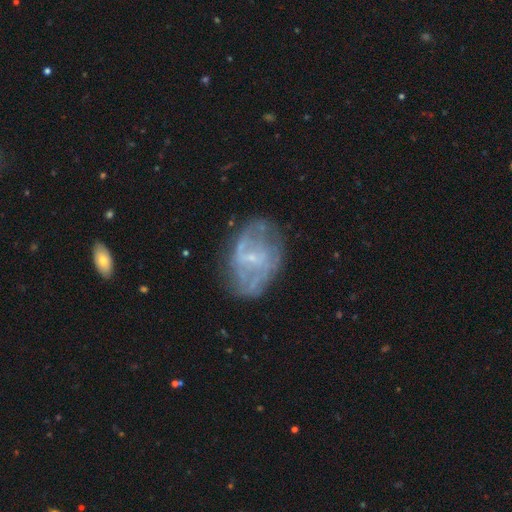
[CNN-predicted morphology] Smooth or featured: featured or disk — 70% (smooth — 19%)
Edge-on disk: no — 96% (yes — 4%)
Bar: weak — 49% (no — 34%)
Spiral arms: yes — 69% (no — 31%)
Bulge size: small — 68% (moderate — 17%)
Merging: none — 68% (minor disturbance — 19%)